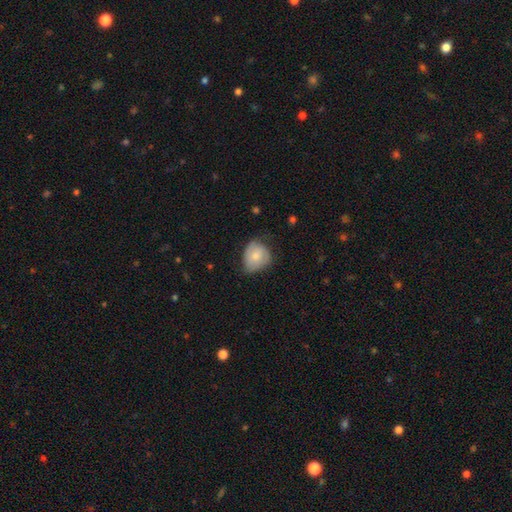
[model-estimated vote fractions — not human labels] This appears to be a smooth galaxy with no disk features (66%) that is round (60%). Merging: none (48%).